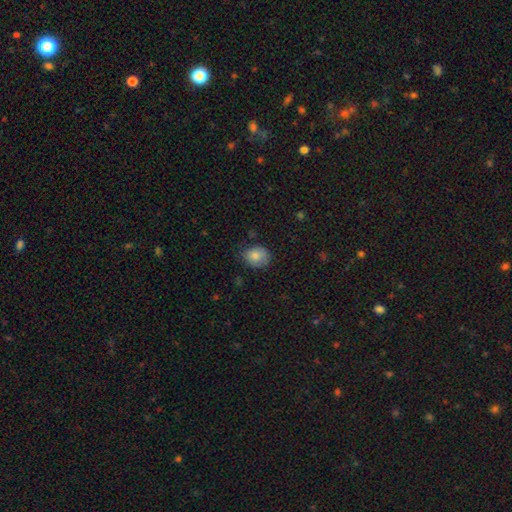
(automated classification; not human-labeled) A smooth galaxy with no disk features (82%) that is round (54%). Merging: none (68%).